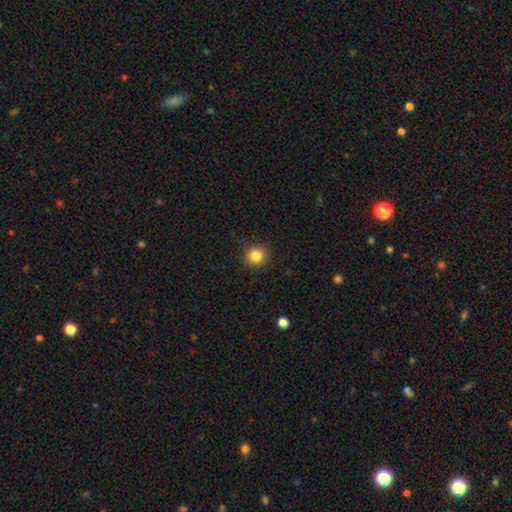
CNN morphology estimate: smooth 84%, star or artifact 11%, featured or disk 5%. Down the decision tree: how rounded — round (90%); merging — none (89%).